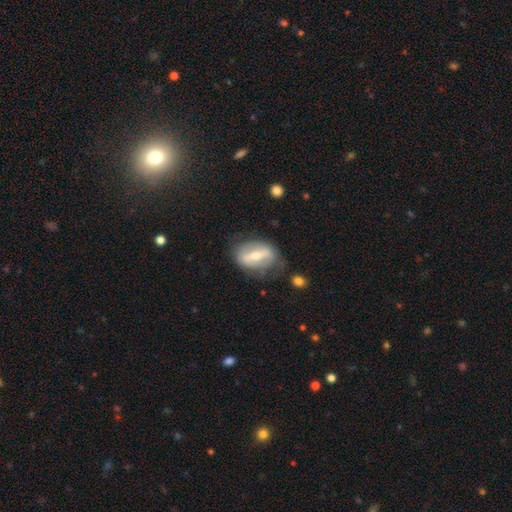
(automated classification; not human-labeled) This appears to be a featured or disk galaxy (60%). Merging: none (65%).